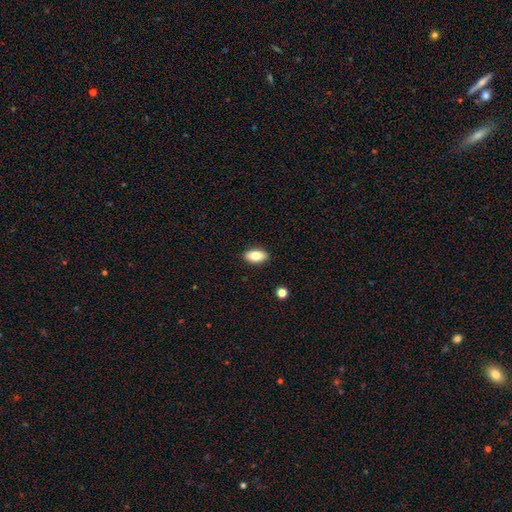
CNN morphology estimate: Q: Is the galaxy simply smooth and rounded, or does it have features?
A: smooth — 80%.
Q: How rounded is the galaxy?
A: in between — 90%.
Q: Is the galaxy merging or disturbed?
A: none — 89%.